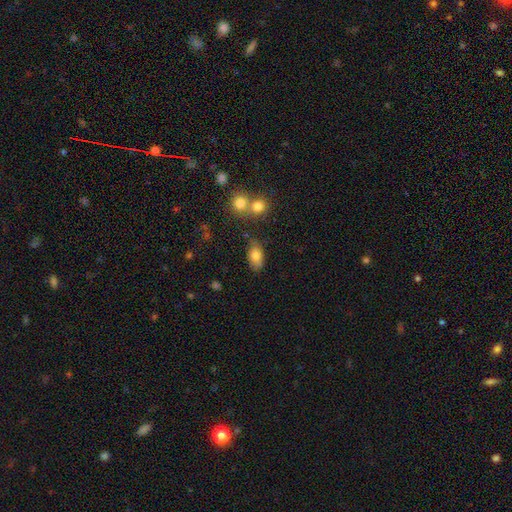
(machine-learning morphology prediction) type=smooth (78%); roundness=in between (87%); merging=none (69%).